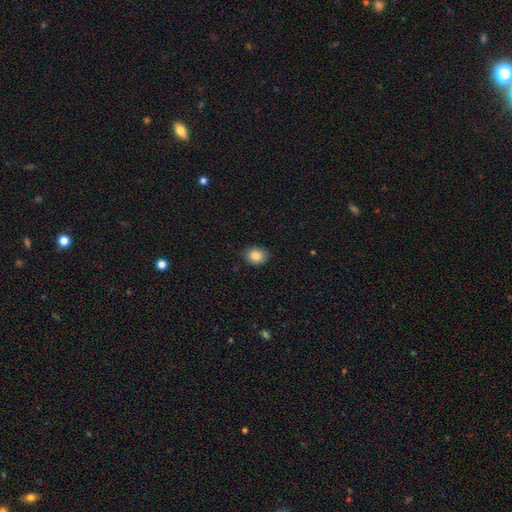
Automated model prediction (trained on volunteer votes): This appears to be a smooth galaxy with no disk features (85%) that is round (52%). Merging: none (88%).